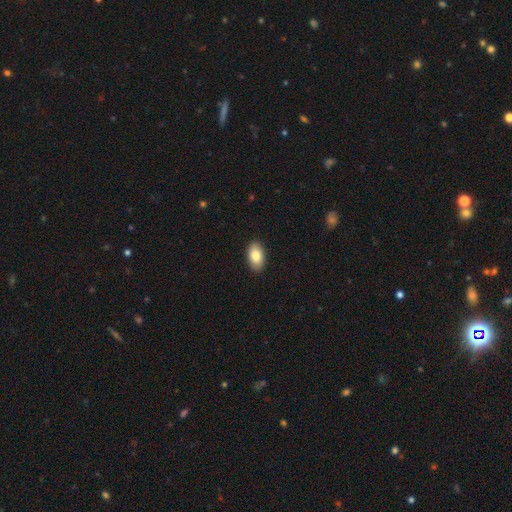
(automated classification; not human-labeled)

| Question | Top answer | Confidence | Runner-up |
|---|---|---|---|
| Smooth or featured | smooth | 84% | featured or disk (9%) |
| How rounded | in between | 94% | round (5%) |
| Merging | none | 90% | minor disturbance (7%) |